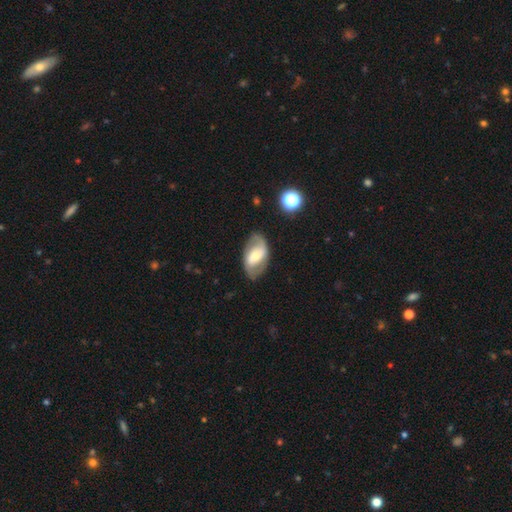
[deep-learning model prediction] A featured or disk galaxy (68%) with a weak bar (41%), 2 (85%) medium (45%) spiral arms (82%) and a moderate central bulge (50%). Merging: none (79%).